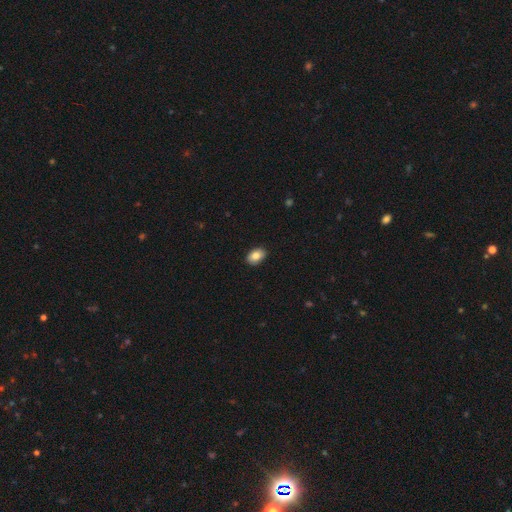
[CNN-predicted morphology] Smooth or featured? Predicted: smooth (p=0.85). How rounded? Predicted: in between (p=0.84). Merging? Predicted: none (p=0.90).